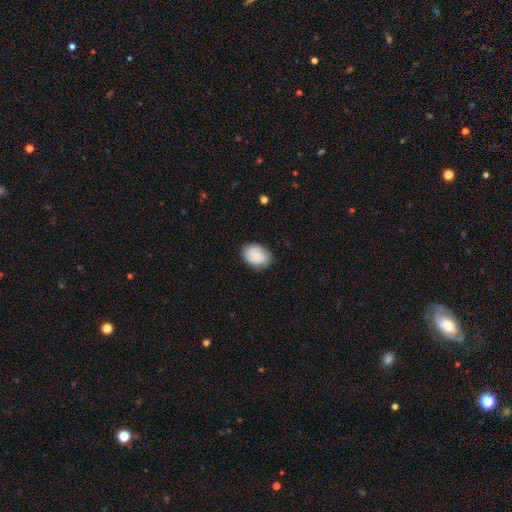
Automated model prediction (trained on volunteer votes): This appears to be a smooth galaxy with no disk features (80%) that is in between round and cigar-shaped (81%). Merging: none (82%).